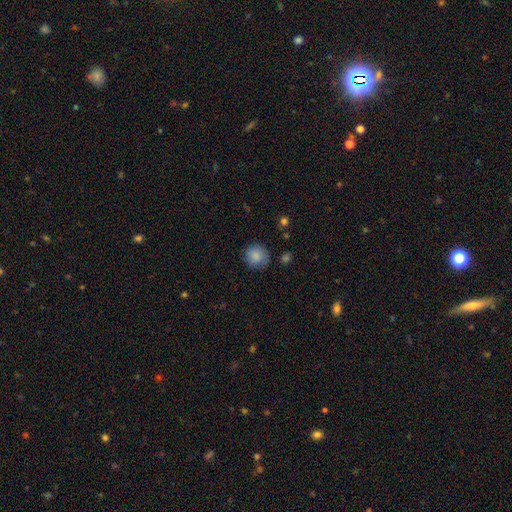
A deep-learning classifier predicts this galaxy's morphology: smooth-or-featured: smooth: 87% | star or artifact: 8% | featured or disk: 5%
  how-rounded: round: 90% | in between: 9% | cigar-shaped: 1%
  merging: none: 83% | minor disturbance: 12% | major disturbance: 3% | merger: 2%